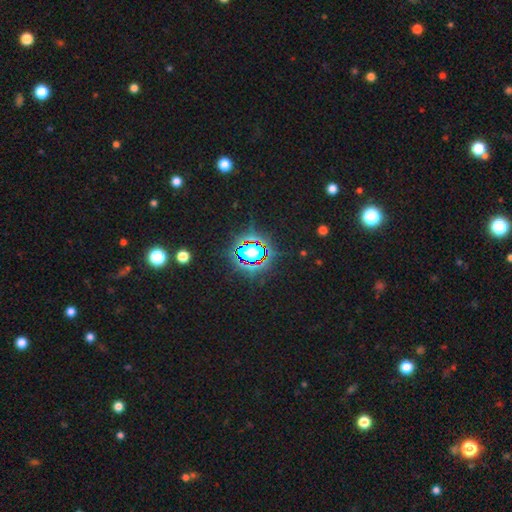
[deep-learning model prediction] Smooth or featured? star or artifact (74%)